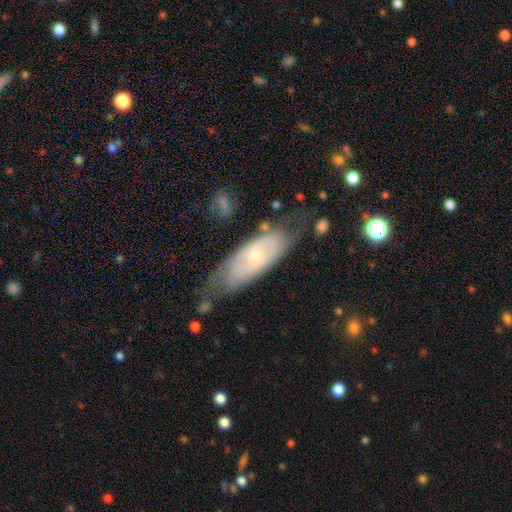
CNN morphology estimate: Smooth or featured: featured or disk — 59% (smooth — 35%)
Edge-on disk: no — 82% (yes — 18%)
Merging: none — 59% (minor disturbance — 26%)